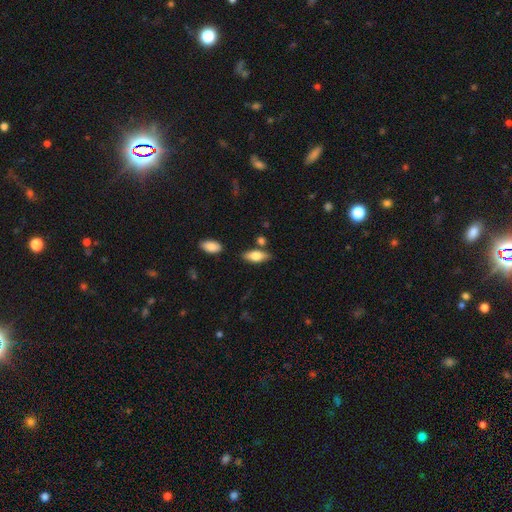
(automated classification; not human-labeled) Smooth or featured? Predicted: smooth (p=0.74). How rounded? Predicted: in between (p=0.80). Merging? Predicted: none (p=0.76).